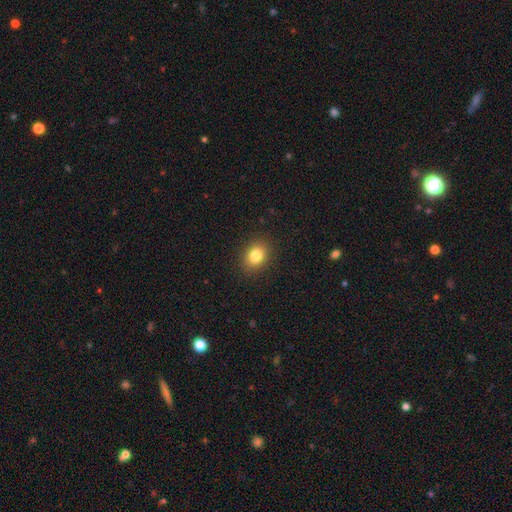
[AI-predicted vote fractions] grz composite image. It shows a smooth galaxy with no disk features (82%) that is in between round and cigar-shaped (56%). Merging: none (89%).